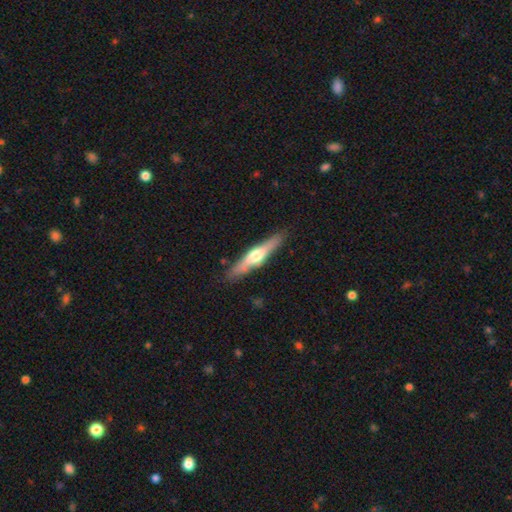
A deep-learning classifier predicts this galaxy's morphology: smooth-or-featured: featured or disk: 57% | smooth: 38% | star or artifact: 5%
  disk-edge-on: yes: 94% | no: 6%
    edge-on-bulge: rounded: 89% | boxy: 6% | none: 5%
  merging: none: 85% | minor disturbance: 11% | major disturbance: 2% | merger: 2%